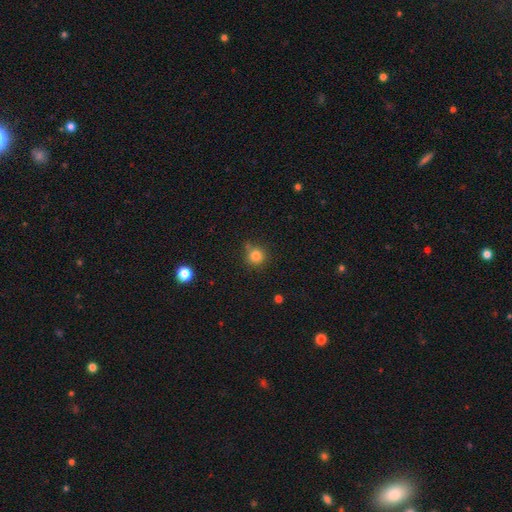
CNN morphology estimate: This is clearly a smooth galaxy (82%). How rounded: clearly round (93%). Merging: likely none (75%).